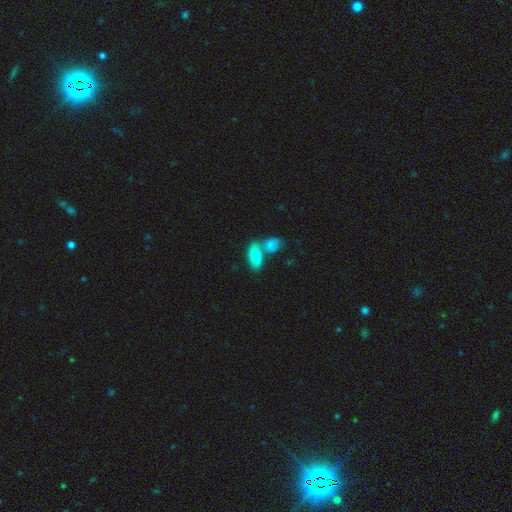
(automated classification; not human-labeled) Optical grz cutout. It shows a smooth galaxy with no disk features (79%) that is in between round and cigar-shaped (88%). Merging: merger (54%).